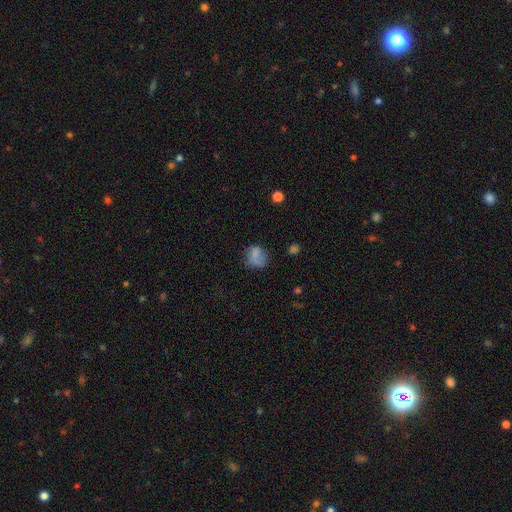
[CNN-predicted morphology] Smooth or featured?
  - smooth: 73% *
  - featured or disk: 16%
  - star or artifact: 11%
How rounded?
  - round: 65% *
  - in between: 34%
  - cigar-shaped: 1%
Merging?
  - none: 56% *
  - minor disturbance: 27%
  - major disturbance: 15%
  - merger: 3%